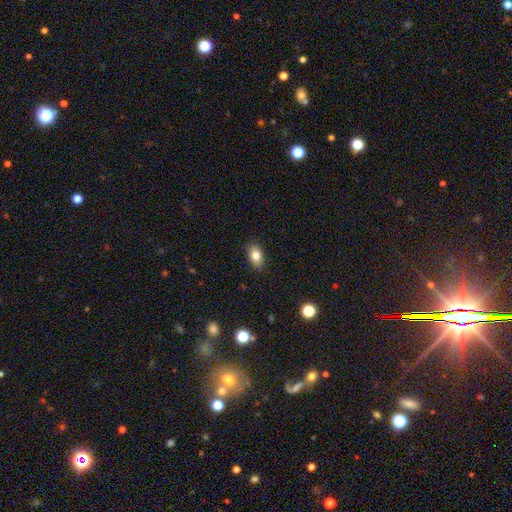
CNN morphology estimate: smooth_or_featured: smooth (p=0.82) [alt: featured or disk p=0.09]
how_rounded: in between (p=0.89) [alt: round p=0.09]
merging: none (p=0.88) [alt: minor disturbance p=0.09]